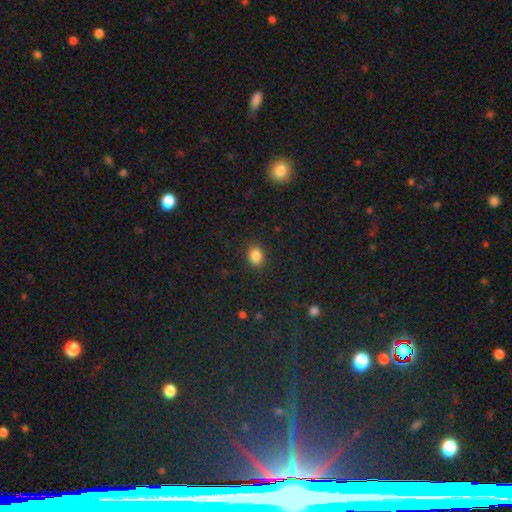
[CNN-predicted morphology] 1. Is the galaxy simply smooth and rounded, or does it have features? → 86% smooth, 10% star or artifact, 4% featured or disk.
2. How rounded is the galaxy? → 56% in between, 43% round, 1% cigar-shaped.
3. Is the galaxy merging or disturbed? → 89% none, 8% minor disturbance, 2% major disturbance, 1% merger.